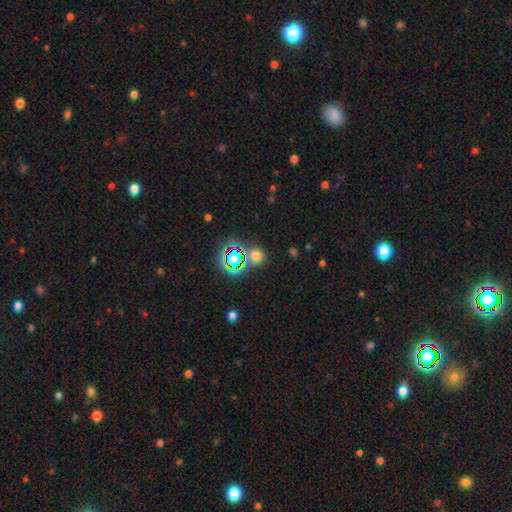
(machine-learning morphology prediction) smooth 56%, star or artifact 37%, featured or disk 7%. Down the decision tree: how rounded — round (84%); merging — none (74%).